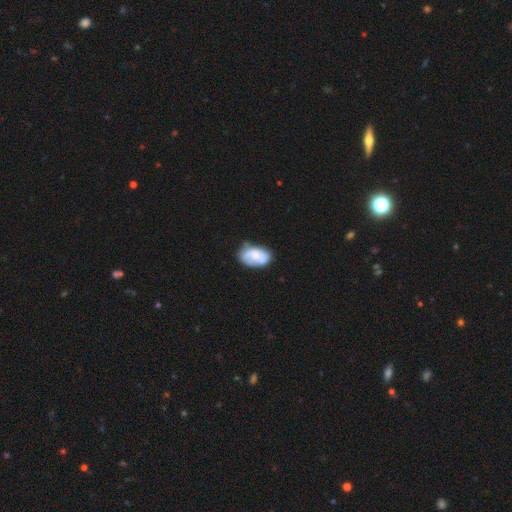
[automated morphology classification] A smooth galaxy with no disk features (62%) that is in between round and cigar-shaped (92%). Merging: none (61%).